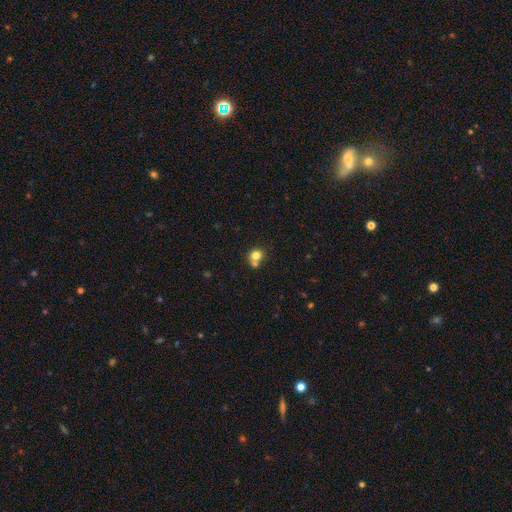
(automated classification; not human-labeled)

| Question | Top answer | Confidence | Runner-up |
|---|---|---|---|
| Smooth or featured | smooth | 78% | star or artifact (12%) |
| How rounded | round | 80% | in between (19%) |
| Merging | none | 47% | merger (40%) |